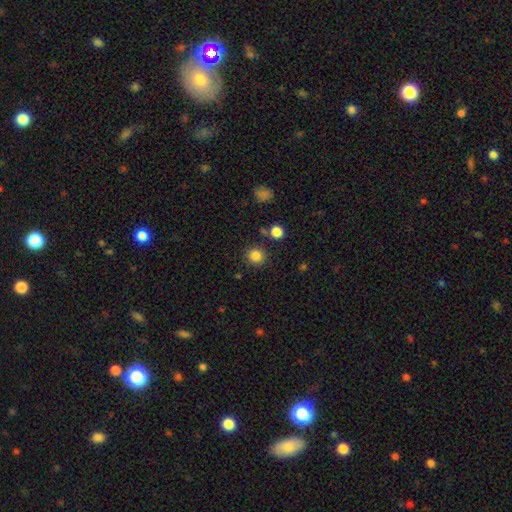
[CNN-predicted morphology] smooth_or_featured: smooth (p=0.84) [alt: star or artifact p=0.12]
how_rounded: round (p=0.90) [alt: in between p=0.10]
merging: none (p=0.86) [alt: minor disturbance p=0.07]